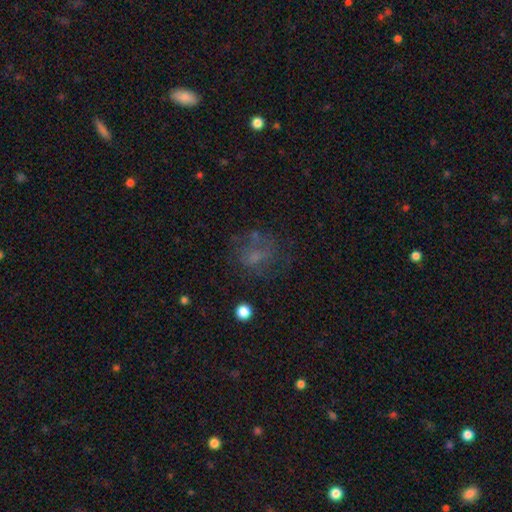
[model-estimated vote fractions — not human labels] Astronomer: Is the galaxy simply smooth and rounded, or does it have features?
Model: smooth — 46% (runner-up: featured or disk, 32%).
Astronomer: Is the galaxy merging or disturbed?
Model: none — 54%.